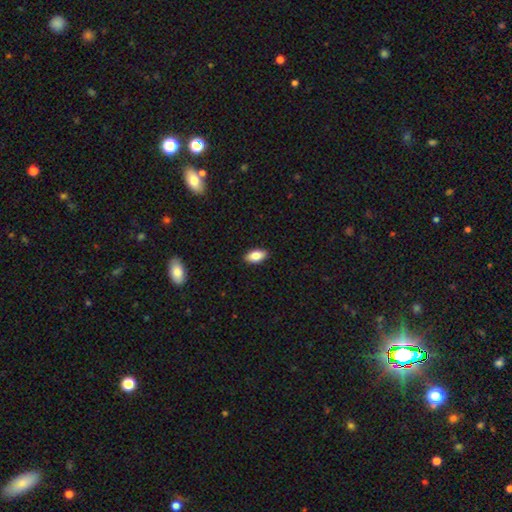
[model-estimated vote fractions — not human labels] Smooth or featured? smooth (83%)
How rounded? in between (92%)
Merging? none (90%)